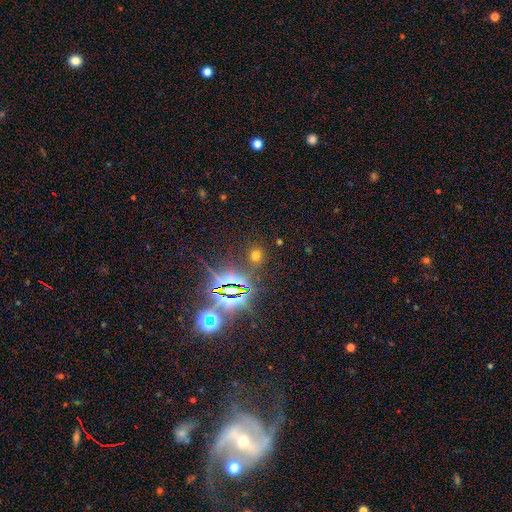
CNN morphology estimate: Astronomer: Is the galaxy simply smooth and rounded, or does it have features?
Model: smooth — 47% (runner-up: star or artifact, 46%).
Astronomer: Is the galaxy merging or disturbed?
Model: none — 83%.